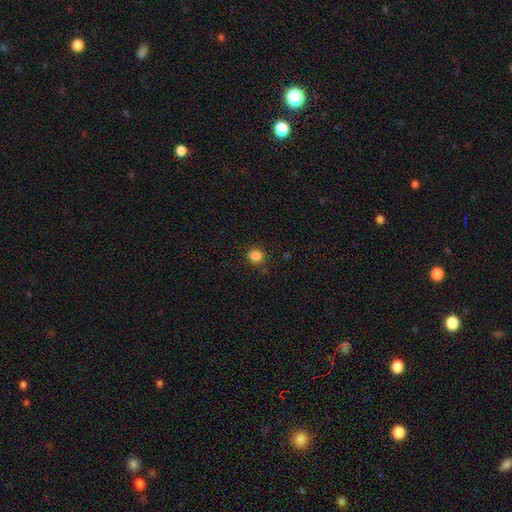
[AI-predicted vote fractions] Smooth or featured?
  - smooth: 84% *
  - star or artifact: 12%
  - featured or disk: 4%
How rounded?
  - round: 87% *
  - in between: 12%
  - cigar-shaped: 1%
Merging?
  - none: 87% *
  - minor disturbance: 9%
  - major disturbance: 2%
  - merger: 1%